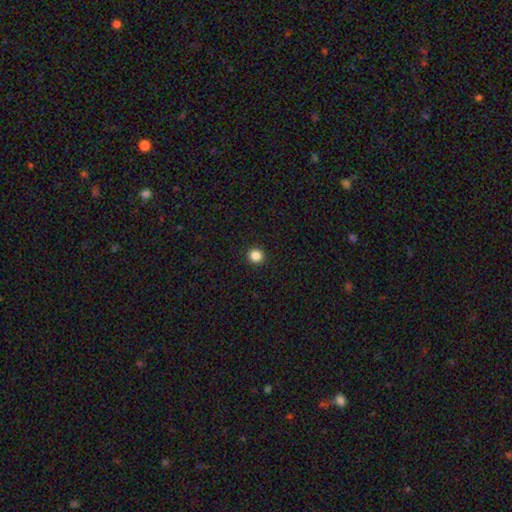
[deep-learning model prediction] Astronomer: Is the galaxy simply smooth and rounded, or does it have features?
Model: smooth — 85%.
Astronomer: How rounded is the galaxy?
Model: round — 95%.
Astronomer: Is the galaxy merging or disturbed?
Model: none — 94%.